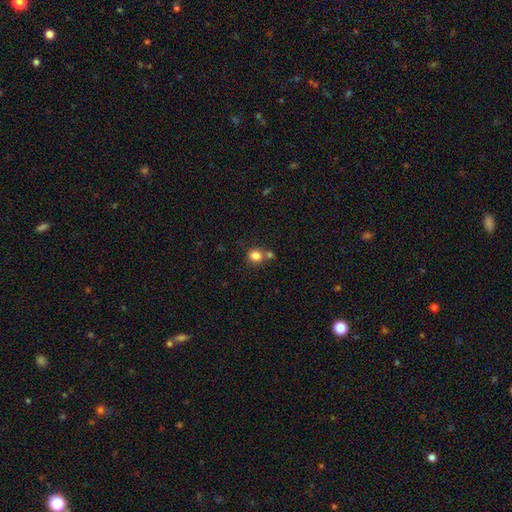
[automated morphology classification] type=smooth (83%); roundness=round (80%); merging=none (61%).